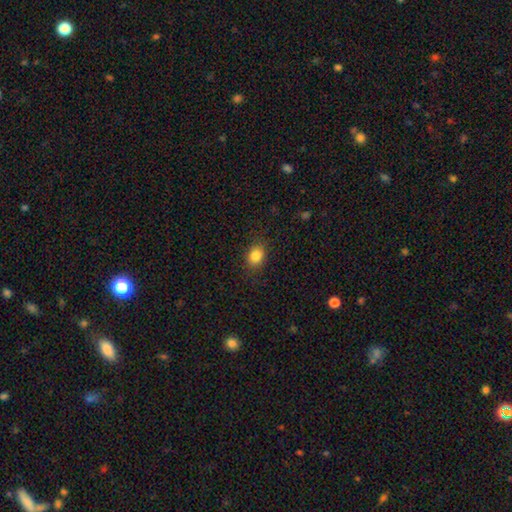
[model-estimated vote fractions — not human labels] Smooth or featured? Predicted: smooth (p=0.85). How rounded? Predicted: round (p=0.54). Merging? Predicted: none (p=0.86).